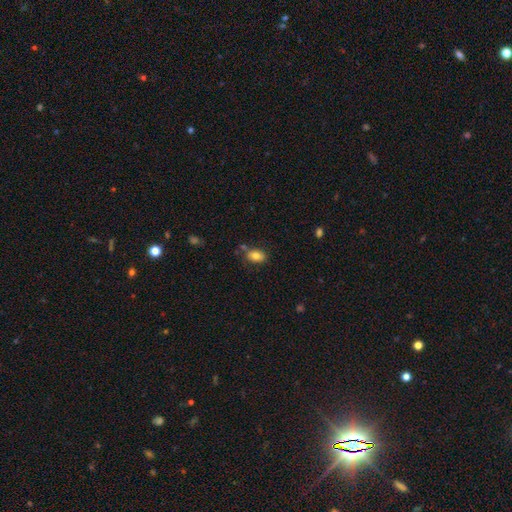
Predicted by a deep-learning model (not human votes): Morphology: type=smooth (80%); roundness=in between (84%); merging=none (70%).